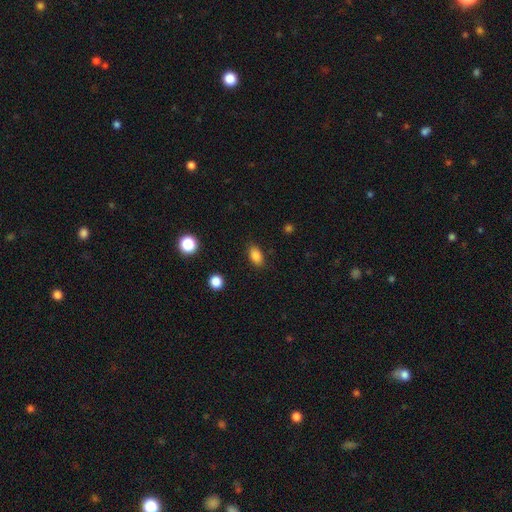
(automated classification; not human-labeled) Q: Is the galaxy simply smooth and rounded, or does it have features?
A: smooth — 86%.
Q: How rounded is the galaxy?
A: in between — 87%.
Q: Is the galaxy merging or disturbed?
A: none — 85%.